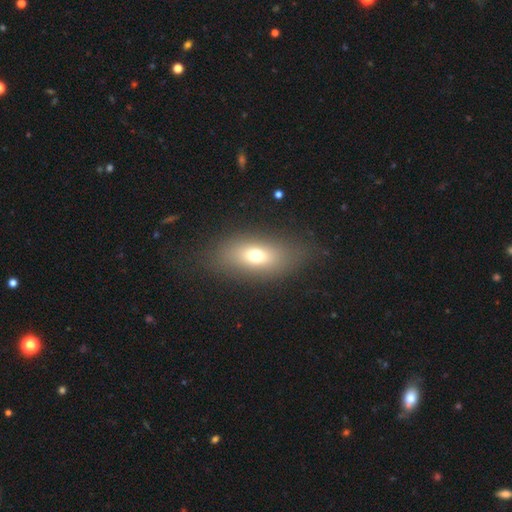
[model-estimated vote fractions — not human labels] Smooth or featured?
  - smooth: 68% *
  - featured or disk: 19%
  - star or artifact: 13%
How rounded?
  - in between: 80% *
  - round: 13%
  - cigar-shaped: 8%
Merging?
  - none: 77% *
  - minor disturbance: 13%
  - major disturbance: 8%
  - merger: 1%